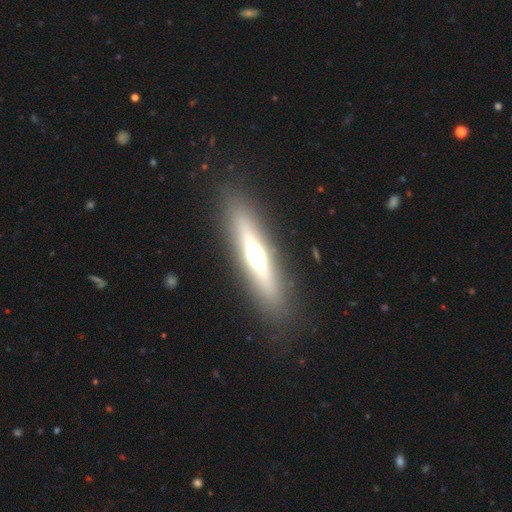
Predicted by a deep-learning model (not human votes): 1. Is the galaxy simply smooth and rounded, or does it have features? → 54% featured or disk, 35% smooth, 11% star or artifact.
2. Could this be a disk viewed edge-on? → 85% yes, 15% no.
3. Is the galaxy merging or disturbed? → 87% none, 8% minor disturbance, 4% major disturbance, 1% merger.